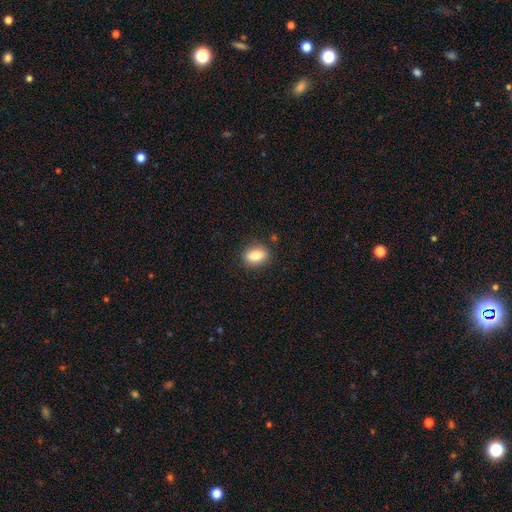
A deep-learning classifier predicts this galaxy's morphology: This appears to be a smooth galaxy with no disk features (84%) that is in between round and cigar-shaped (79%). Merging: none (85%).